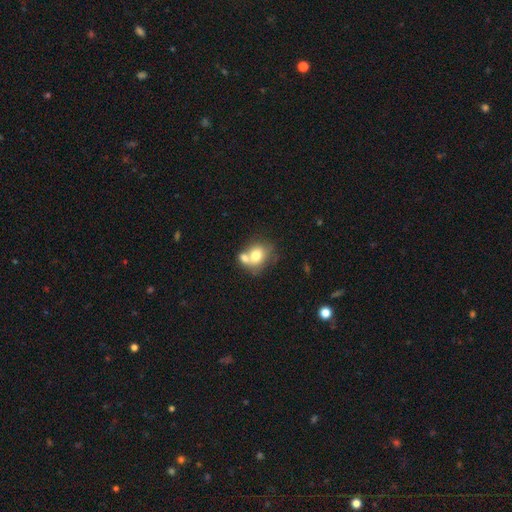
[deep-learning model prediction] Smooth or featured: smooth — 71% (featured or disk — 20%)
How rounded: round — 53% (in between — 46%)
Merging: merger — 52% (none — 31%)